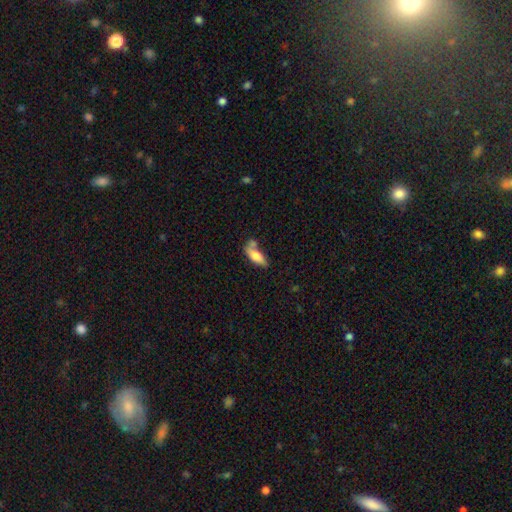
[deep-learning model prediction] smooth 67%, featured or disk 26%, star or artifact 7%. Down the decision tree: how rounded — in between (71%); merging — none (39%).